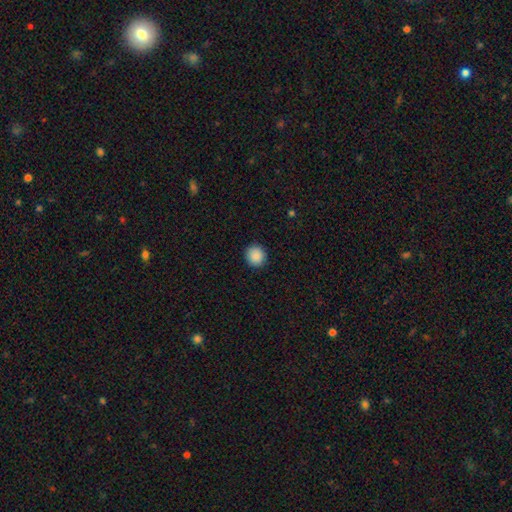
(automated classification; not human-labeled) Smooth or featured?
  - smooth: 89% *
  - star or artifact: 8%
  - featured or disk: 2%
How rounded?
  - round: 91% *
  - in between: 8%
  - cigar-shaped: 1%
Merging?
  - none: 92% *
  - minor disturbance: 5%
  - major disturbance: 2%
  - merger: 1%